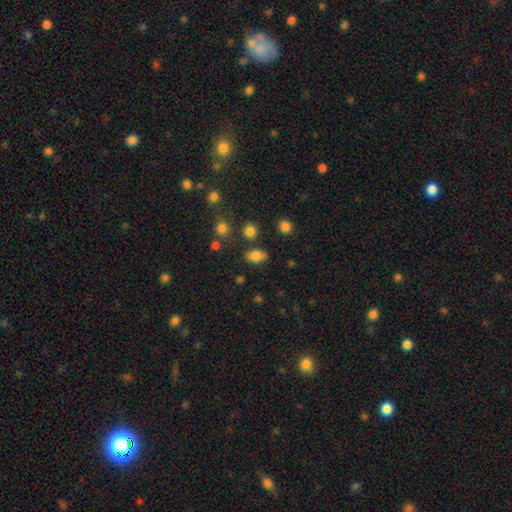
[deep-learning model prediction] A smooth galaxy with no disk features (82%) that is in between round and cigar-shaped (85%).

Vote fractions:
- Smooth or featured? smooth: 82% / star or artifact: 12% / featured or disk: 6%
- How rounded? in between: 85% / round: 13% / cigar-shaped: 2%
- Merging? none: 78% / minor disturbance: 13% / merger: 5% / major disturbance: 4%